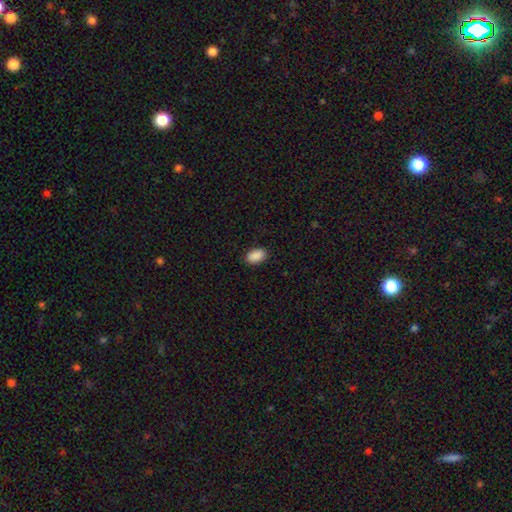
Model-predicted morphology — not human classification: smooth_or_featured: smooth (p=0.90) [alt: star or artifact p=0.07]
how_rounded: in between (p=0.93) [alt: round p=0.05]
merging: none (p=0.89) [alt: minor disturbance p=0.08]